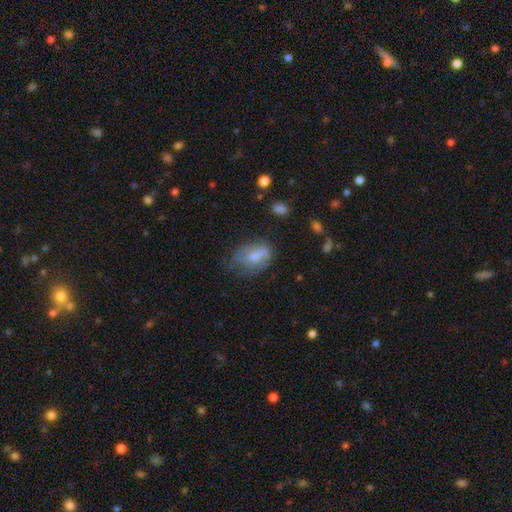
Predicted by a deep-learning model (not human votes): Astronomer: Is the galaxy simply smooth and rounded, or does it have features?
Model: smooth — 63%.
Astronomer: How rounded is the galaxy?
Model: in between — 84%.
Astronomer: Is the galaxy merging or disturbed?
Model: none — 45% (runner-up: minor disturbance, 32%).